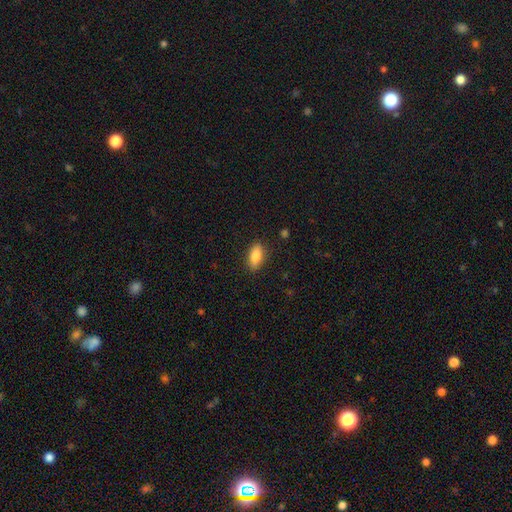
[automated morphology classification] Smooth or featured?
  - smooth: 85% *
  - featured or disk: 8%
  - star or artifact: 7%
How rounded?
  - in between: 86% *
  - cigar-shaped: 10%
  - round: 3%
Merging?
  - none: 87% *
  - minor disturbance: 9%
  - major disturbance: 2%
  - merger: 1%